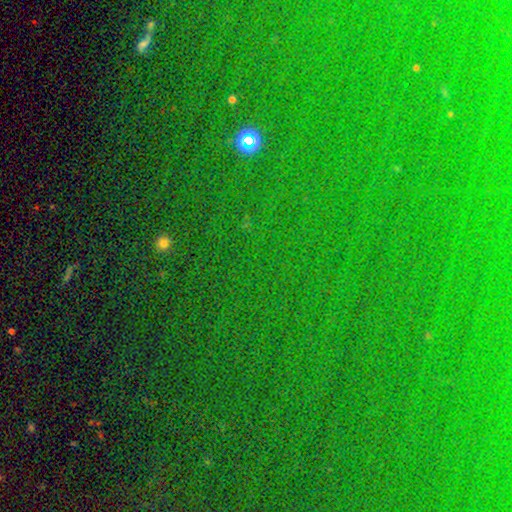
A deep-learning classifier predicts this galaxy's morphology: star or artifact 80%, smooth 12%, featured or disk 8%.